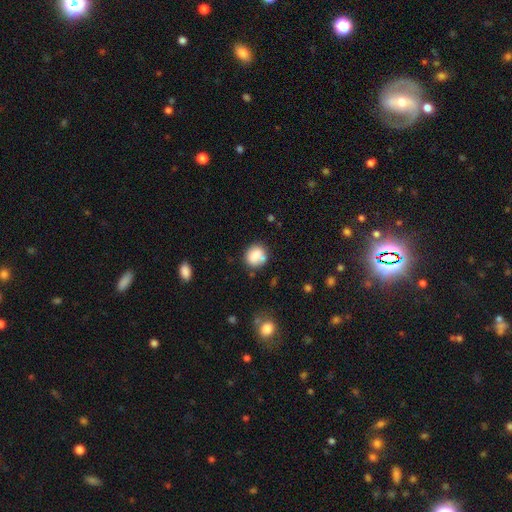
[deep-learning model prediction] Q: Smooth or featured?
A: smooth (78%); runner-up: featured or disk (13%)
Q: How rounded?
A: round (69%); runner-up: in between (29%)
Q: Merging?
A: none (59%); runner-up: minor disturbance (19%)